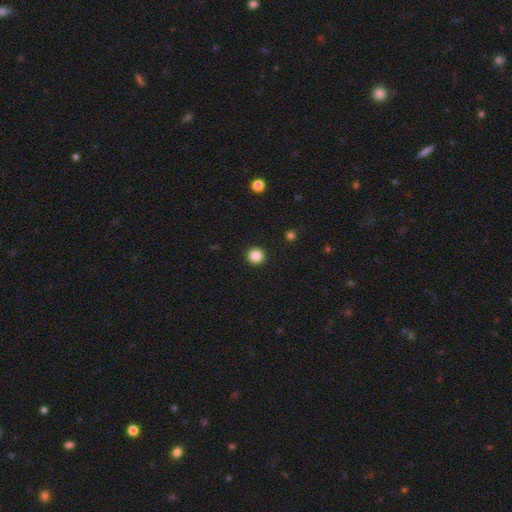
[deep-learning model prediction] Q: Smooth or featured?
A: smooth (85%); runner-up: star or artifact (10%)
Q: How rounded?
A: round (96%); runner-up: in between (3%)
Q: Merging?
A: none (94%); runner-up: minor disturbance (4%)